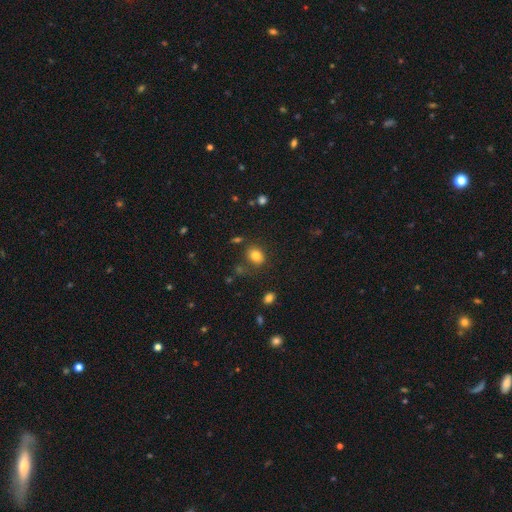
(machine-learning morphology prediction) smooth_or_featured: smooth (p=0.81) [alt: star or artifact p=0.11]
how_rounded: round (p=0.56) [alt: in between p=0.43]
merging: none (p=0.80) [alt: minor disturbance p=0.12]